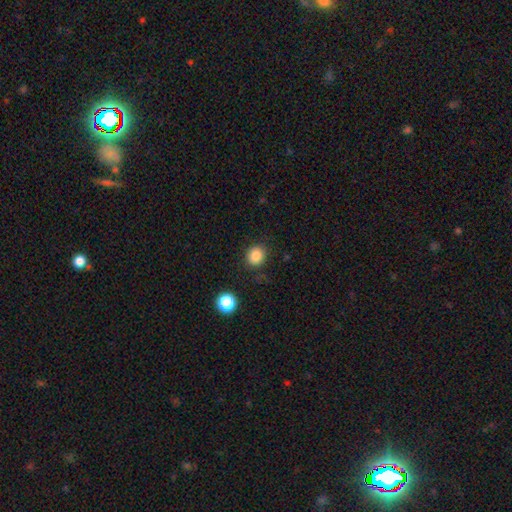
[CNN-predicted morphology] Smooth or featured? Predicted: smooth (p=0.85). How rounded? Predicted: round (p=0.78). Merging? Predicted: none (p=0.83).